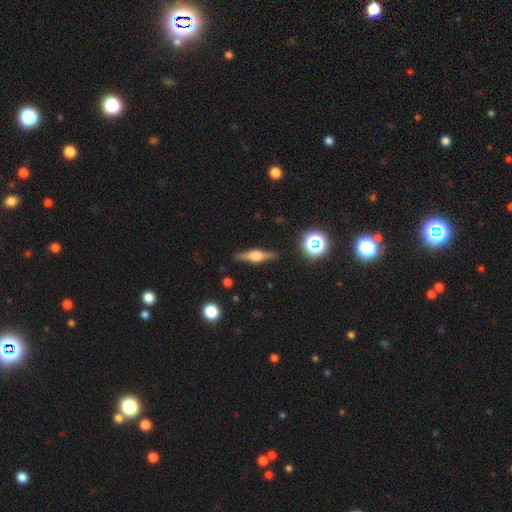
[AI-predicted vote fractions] This appears to be a featured or disk galaxy (66%) viewed edge-on (96%) with a rounded central bulge (89%). Merging: none (88%).